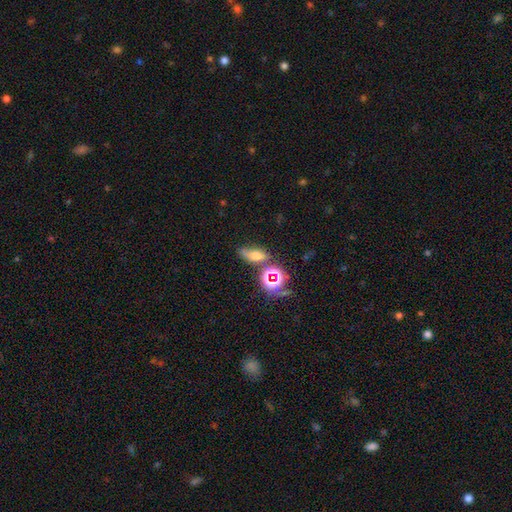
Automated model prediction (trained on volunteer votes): Smooth or featured?
  - smooth: 56% *
  - star or artifact: 28%
  - featured or disk: 16%
How rounded?
  - in between: 67% *
  - cigar-shaped: 19%
  - round: 14%
Merging?
  - none: 53% *
  - minor disturbance: 21%
  - merger: 16%
  - major disturbance: 10%